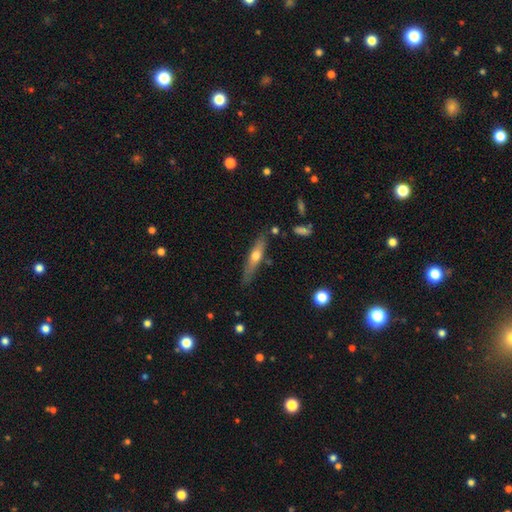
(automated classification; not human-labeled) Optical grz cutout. It shows a featured or disk galaxy (51%) viewed edge-on (87%). Merging: none (76%).